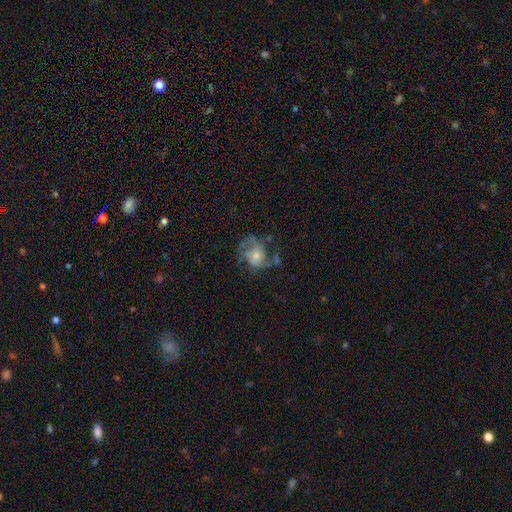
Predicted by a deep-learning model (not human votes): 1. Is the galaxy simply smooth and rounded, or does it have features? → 64% featured or disk, 26% smooth, 9% star or artifact.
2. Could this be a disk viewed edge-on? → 98% no, 2% yes.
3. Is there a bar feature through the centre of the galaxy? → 74% no, 22% weak, 4% strong.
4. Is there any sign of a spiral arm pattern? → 77% yes, 23% no.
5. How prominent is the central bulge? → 45% moderate, 34% small, 12% large, 7% none, 2% dominant.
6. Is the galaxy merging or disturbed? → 41% none, 33% major disturbance, 21% minor disturbance, 5% merger.